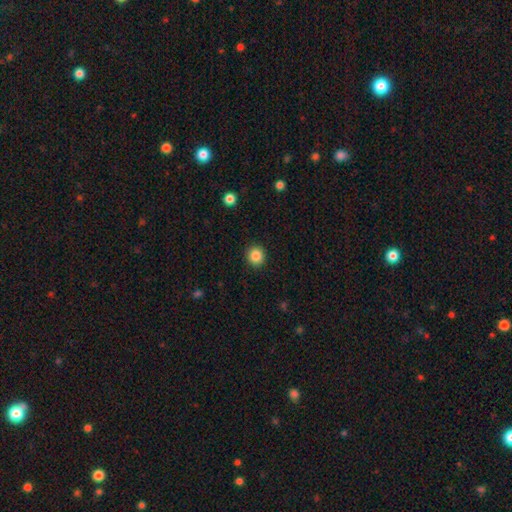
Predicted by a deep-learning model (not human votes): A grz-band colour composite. It shows a smooth galaxy with no disk features (86%) that is round (90%). Merging: none (92%).